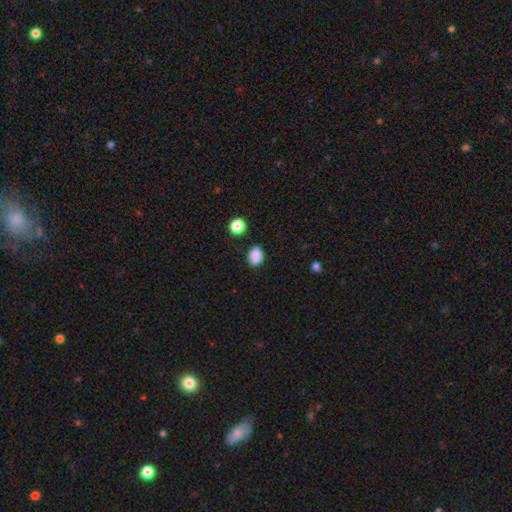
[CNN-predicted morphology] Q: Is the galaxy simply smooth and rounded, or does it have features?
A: smooth — 81%.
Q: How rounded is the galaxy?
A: in between — 59%.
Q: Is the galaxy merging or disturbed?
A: none — 70%.